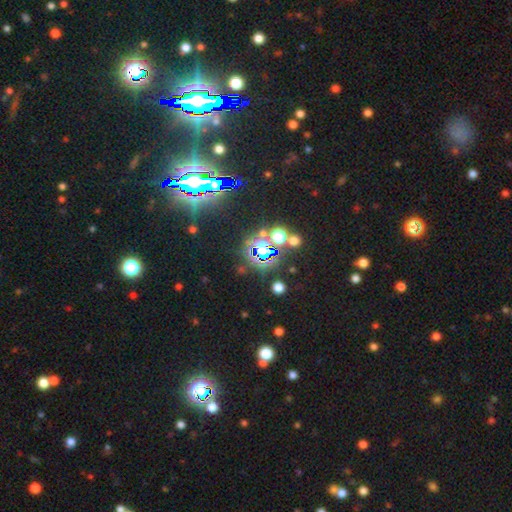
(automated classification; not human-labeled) A star or artifact, not a galaxy (75%).

Vote fractions:
- Smooth or featured? star or artifact: 75% / smooth: 17% / featured or disk: 8%